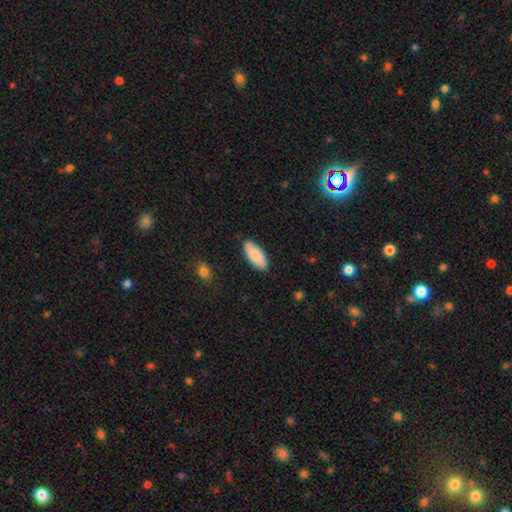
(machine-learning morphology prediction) smooth_or_featured: smooth (p=0.85) [alt: featured or disk p=0.09]
how_rounded: in between (p=0.82) [alt: cigar-shaped p=0.16]
merging: none (p=0.88) [alt: minor disturbance p=0.09]